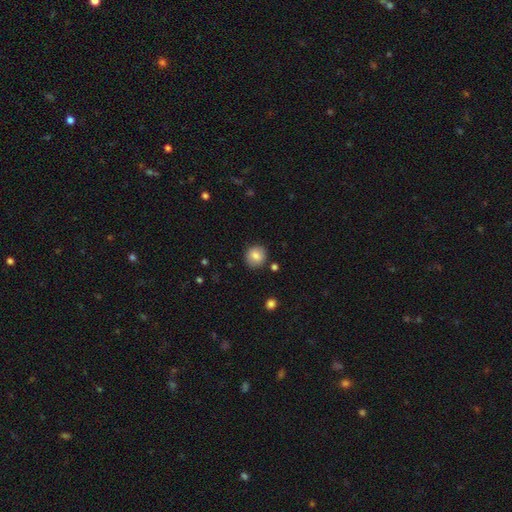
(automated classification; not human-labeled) Smooth or featured?
  - smooth: 83% *
  - featured or disk: 9%
  - star or artifact: 9%
How rounded?
  - round: 87% *
  - in between: 12%
  - cigar-shaped: 1%
Merging?
  - none: 86% *
  - minor disturbance: 9%
  - major disturbance: 2%
  - merger: 2%